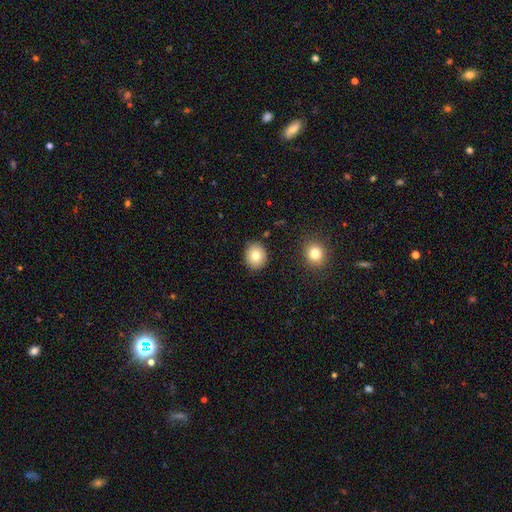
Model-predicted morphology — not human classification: Overall: smooth (80%). How rounded: round (76%). Merging: none (87%).